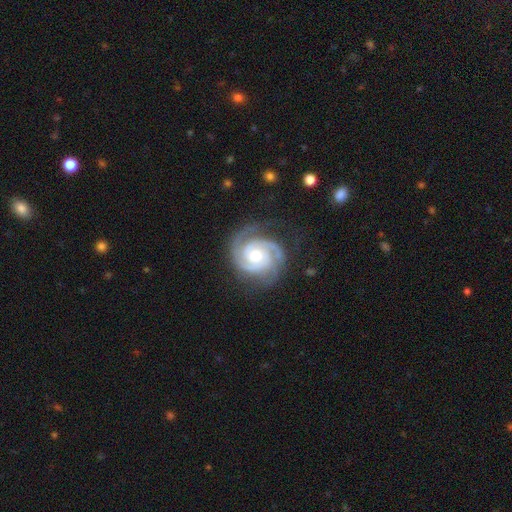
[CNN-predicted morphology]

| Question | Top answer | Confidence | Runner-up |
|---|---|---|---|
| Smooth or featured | featured or disk | 93% | smooth (4%) |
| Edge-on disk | no | 98% | yes (2%) |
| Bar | no | 70% | weak (23%) |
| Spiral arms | yes | 99% | no (1%) |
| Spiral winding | tight | 70% | medium (27%) |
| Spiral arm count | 2 | 51% | 3 (34%) |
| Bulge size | moderate | 67% | small (27%) |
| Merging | none | 77% | minor disturbance (16%) |